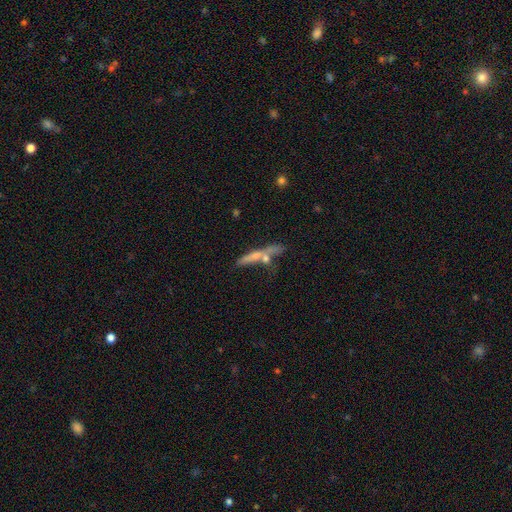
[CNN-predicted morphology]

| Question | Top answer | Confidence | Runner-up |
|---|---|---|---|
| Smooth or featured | featured or disk | 52% | smooth (38%) |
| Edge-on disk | yes | 84% | no (16%) |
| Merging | none | 56% | merger (23%) |